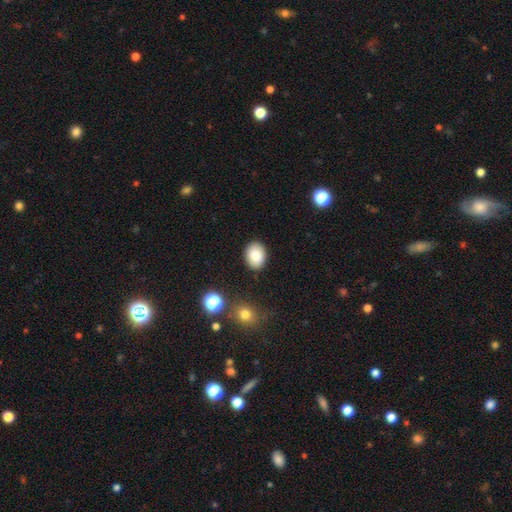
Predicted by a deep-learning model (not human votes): smooth 82%, featured or disk 10%, star or artifact 9%. Down the decision tree: how rounded — in between (66%); merging — none (89%).